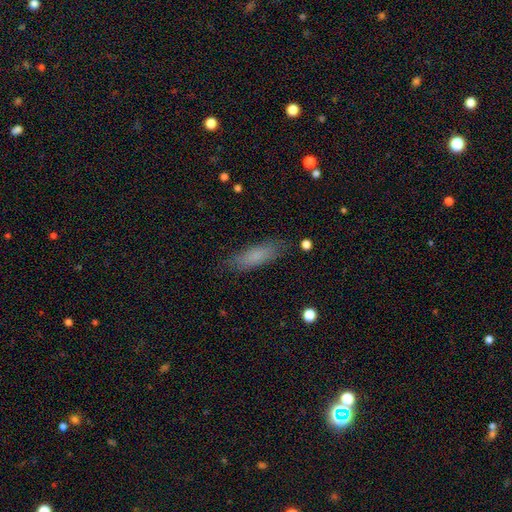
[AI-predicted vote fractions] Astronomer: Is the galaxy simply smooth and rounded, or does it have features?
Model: smooth — 80%.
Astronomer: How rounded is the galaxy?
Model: cigar-shaped — 54% (runner-up: in between, 44%).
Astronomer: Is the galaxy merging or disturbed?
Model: none — 83%.